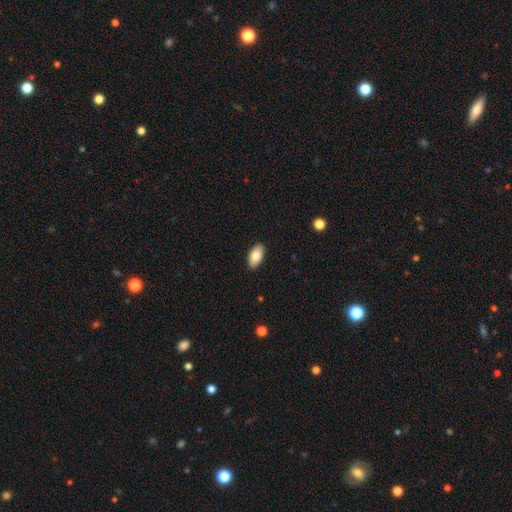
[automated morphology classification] The model was most divided on "smooth or featured": smooth: 82%, featured or disk: 11%, star or artifact: 6%. More confident: how rounded — in between (93%); merging — none (90%).